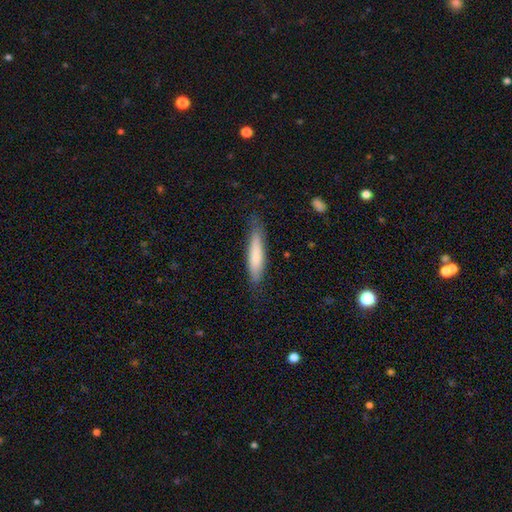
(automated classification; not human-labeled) This is likely a smooth galaxy (75%). How rounded: clearly cigar-shaped (84%). Merging: likely none (76%).